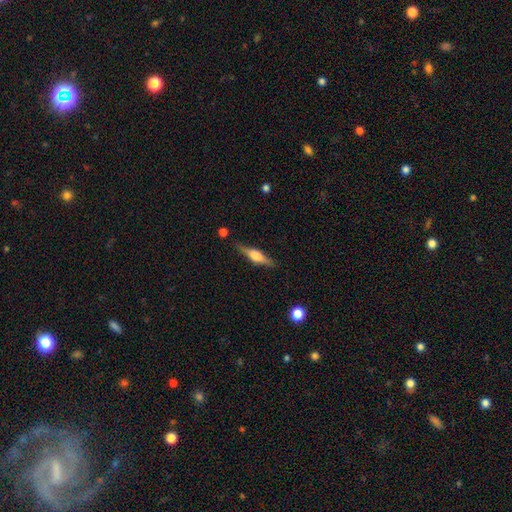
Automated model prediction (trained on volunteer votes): Morphology: type=featured or disk (65%); edge-on=yes (97%); edge-on bulge=rounded (86%); merging=none (86%).